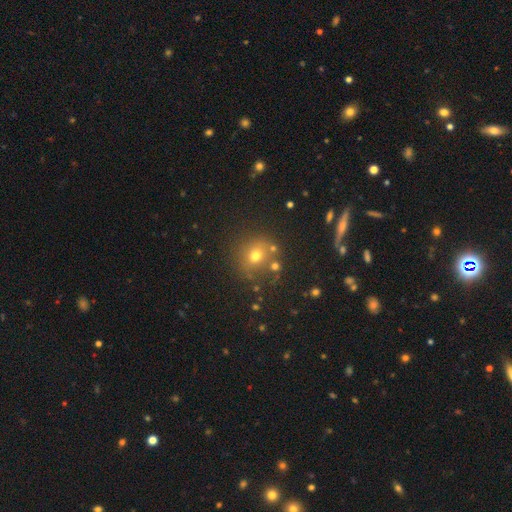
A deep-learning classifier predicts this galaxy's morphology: Smooth or featured? Predicted: smooth (p=0.68). How rounded? Predicted: round (p=0.82). Merging? Predicted: none (p=0.73).